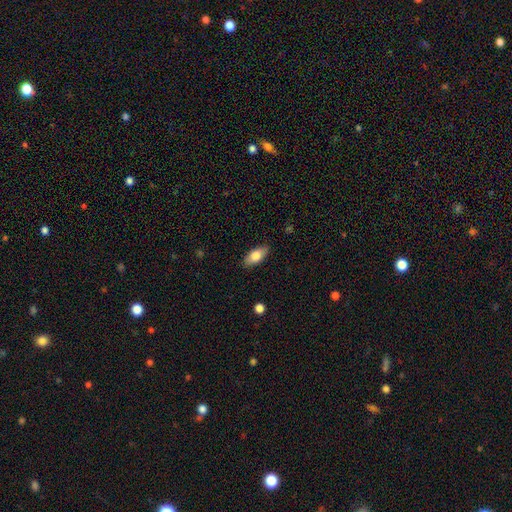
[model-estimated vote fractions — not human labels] Overall: smooth (76%). How rounded: in between (86%). Merging: none (87%).